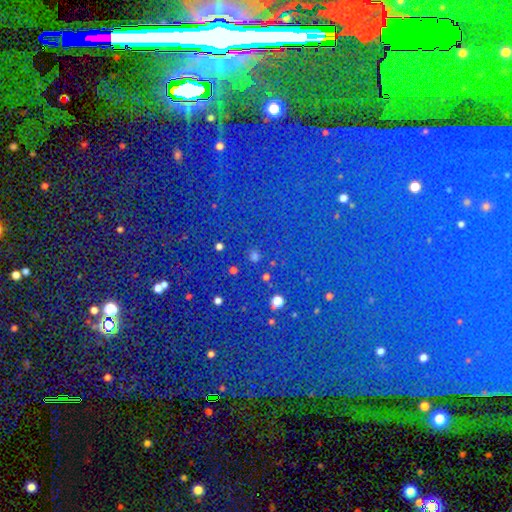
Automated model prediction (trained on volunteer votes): Smooth or featured? star or artifact (84%)